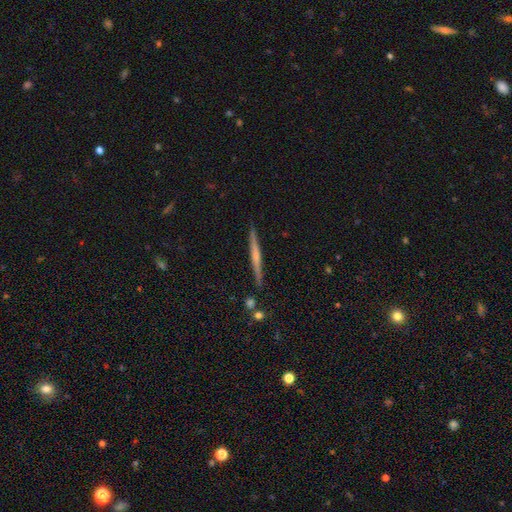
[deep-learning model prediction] Morphology: type=featured or disk (59%); edge-on=yes (97%); edge-on bulge=none (59%); merging=none (89%).